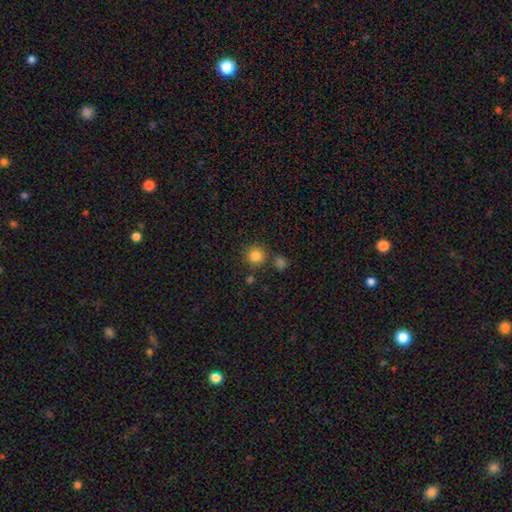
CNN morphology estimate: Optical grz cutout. It shows a smooth galaxy with no disk features (84%) that is round (93%). Merging: none (80%).